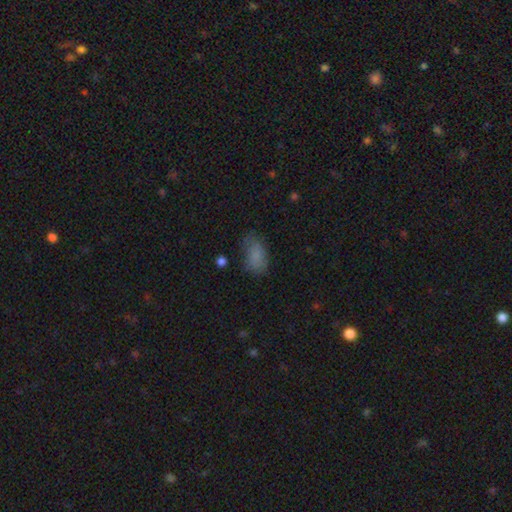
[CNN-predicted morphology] A smooth galaxy with no disk features (80%) that is in between round and cigar-shaped (90%). Merging: none (57%).